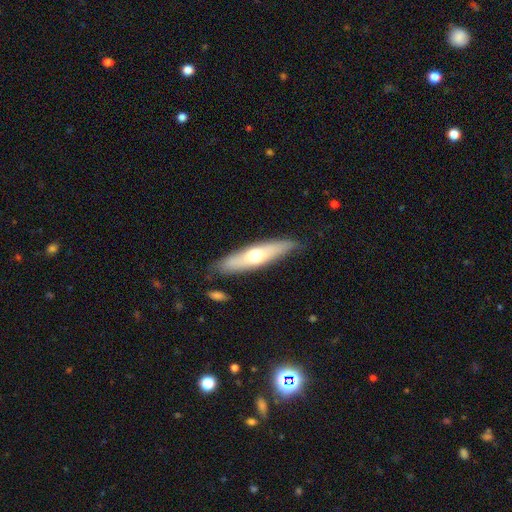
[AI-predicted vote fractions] smooth-or-featured: smooth: 49% | featured or disk: 46% | star or artifact: 5%
  merging: none: 82% | minor disturbance: 13% | major disturbance: 3% | merger: 2%